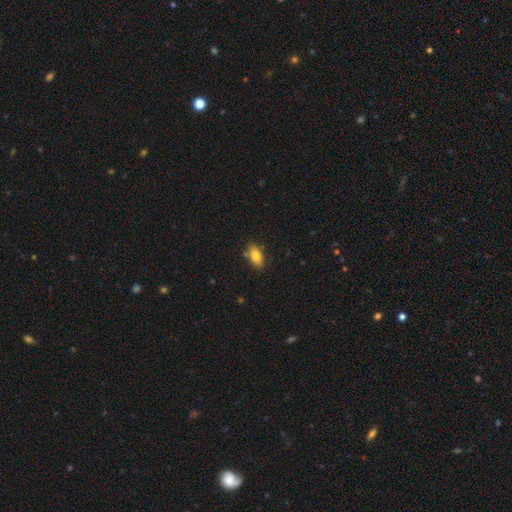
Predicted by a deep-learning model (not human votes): smooth-or-featured: smooth: 81% | featured or disk: 11% | star or artifact: 8%
  how-rounded: in between: 89% | round: 6% | cigar-shaped: 5%
  merging: none: 78% | minor disturbance: 15% | merger: 4% | major disturbance: 3%